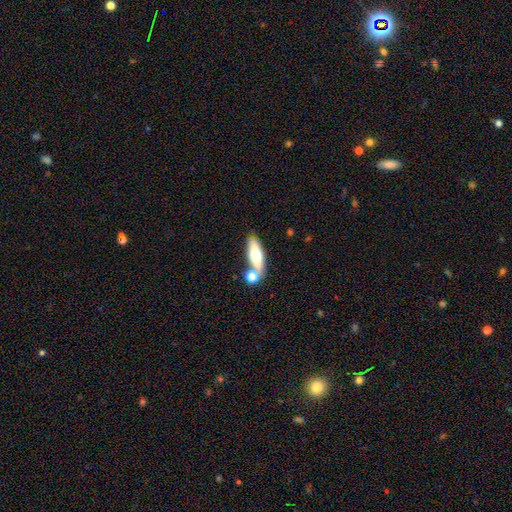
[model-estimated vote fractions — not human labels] Smooth or featured: smooth — 61% (featured or disk — 33%)
How rounded: in between — 58% (cigar-shaped — 37%)
Merging: none — 58% (merger — 24%)